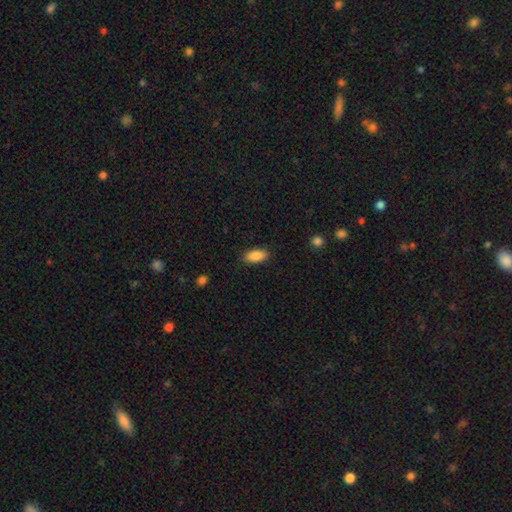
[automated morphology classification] Smooth or featured?
  - smooth: 88% *
  - star or artifact: 7%
  - featured or disk: 5%
How rounded?
  - in between: 90% *
  - cigar-shaped: 8%
  - round: 3%
Merging?
  - none: 87% *
  - minor disturbance: 9%
  - major disturbance: 2%
  - merger: 1%